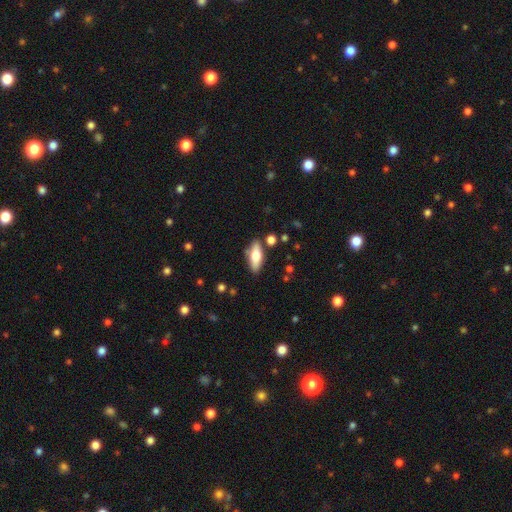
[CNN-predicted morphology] type=smooth (63%); roundness=in between (68%); merging=none (80%).